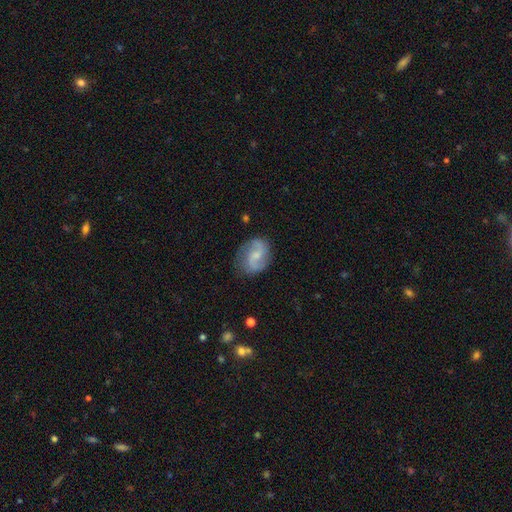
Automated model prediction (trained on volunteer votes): The model was most divided on "spiral winding": loose: 44%, medium: 42%, tight: 14%. Remaining: edge-on disk — no (98%); spiral arms — yes (94%); spiral arm count — 2 (90%); merging — none (78%); smooth or featured — featured or disk (73%); bulge size — small (54%); bar — weak (46%).